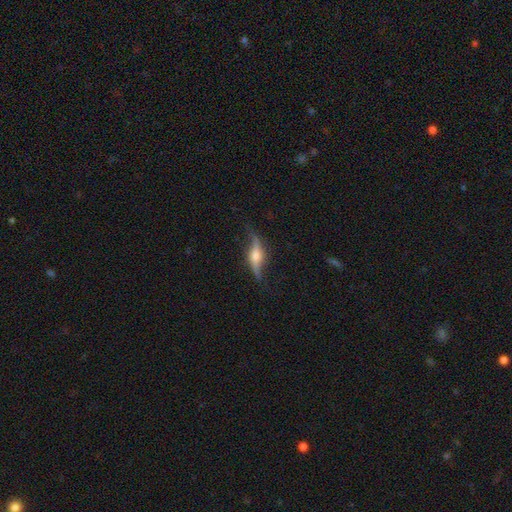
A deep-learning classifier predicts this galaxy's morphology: Overall: featured or disk (78%). Edge-on disk: yes (61%; no 39%). Merging: none (71%).